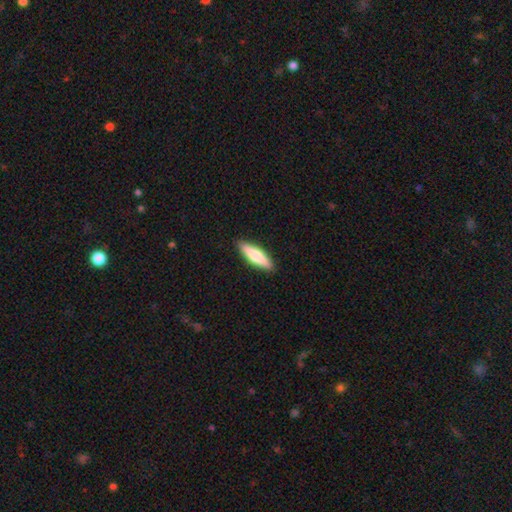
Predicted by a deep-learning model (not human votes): Smooth or featured? smooth (66%)
How rounded? cigar-shaped (64%)
Merging? none (90%)